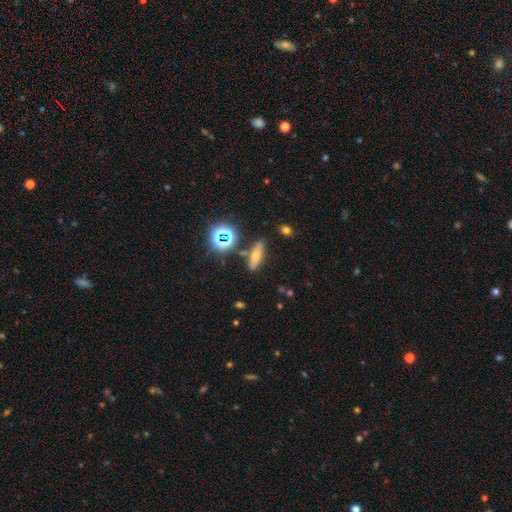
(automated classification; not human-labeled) smooth-or-featured: smooth: 50% | featured or disk: 27% | star or artifact: 23%
  merging: none: 81% | minor disturbance: 11% | merger: 5% | major disturbance: 3%